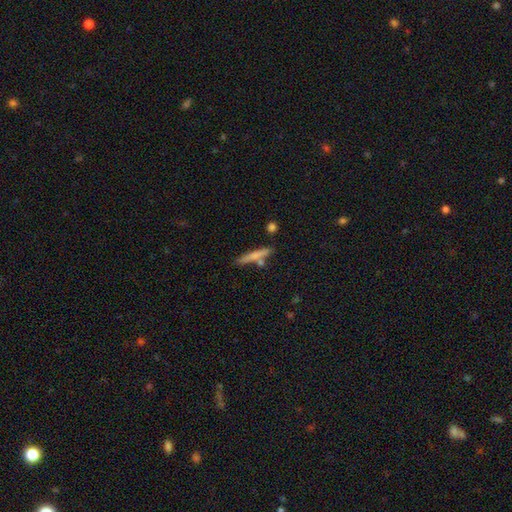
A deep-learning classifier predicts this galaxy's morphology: Smooth or featured?
  - smooth: 67% *
  - featured or disk: 27%
  - star or artifact: 6%
How rounded?
  - cigar-shaped: 92% *
  - in between: 6%
  - round: 2%
Merging?
  - none: 72% *
  - minor disturbance: 13%
  - merger: 12%
  - major disturbance: 3%